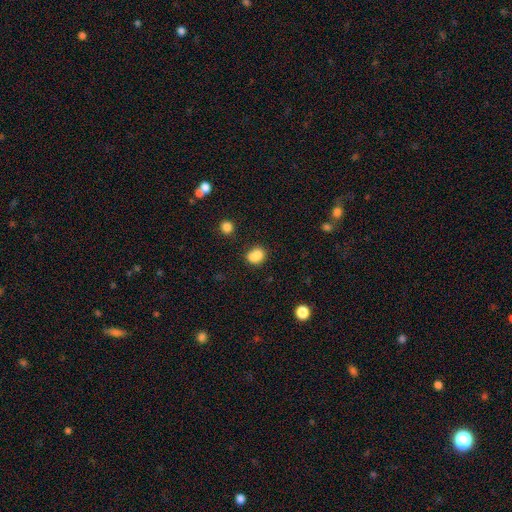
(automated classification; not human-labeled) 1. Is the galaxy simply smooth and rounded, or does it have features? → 80% smooth, 11% star or artifact, 9% featured or disk.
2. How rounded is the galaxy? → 56% round, 43% in between, 1% cigar-shaped.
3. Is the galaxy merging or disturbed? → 50% none, 31% merger, 15% minor disturbance, 5% major disturbance.